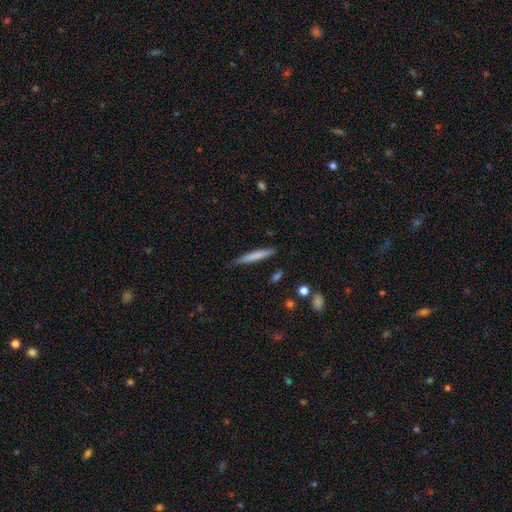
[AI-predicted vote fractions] Overall: smooth (73%). How rounded: cigar-shaped (95%). Merging: none (80%).